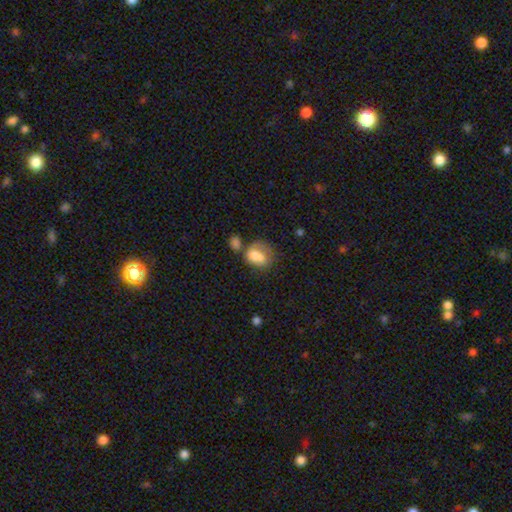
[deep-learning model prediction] A smooth galaxy with no disk features (69%) that is in between round and cigar-shaped (60%). Merging: merger (35%).